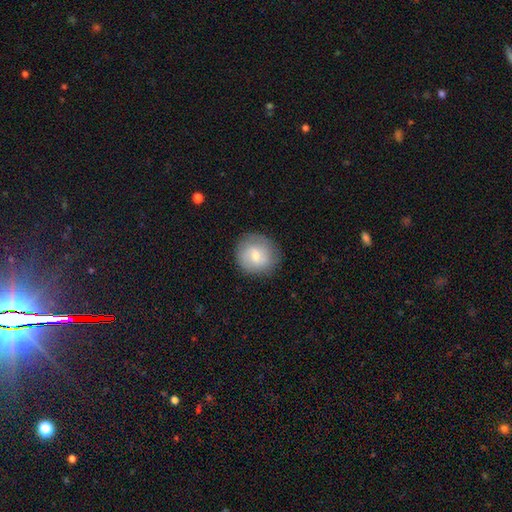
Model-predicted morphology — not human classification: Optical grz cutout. It shows a smooth galaxy with no disk features (66%) that is round (88%). Merging: none (82%).